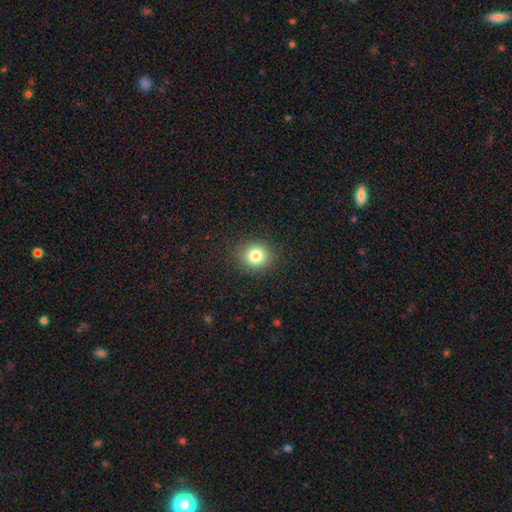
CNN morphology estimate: Smooth or featured? smooth (81%)
How rounded? round (81%)
Merging? none (89%)